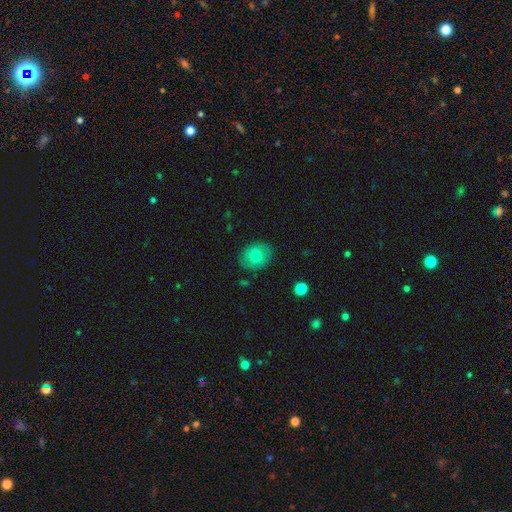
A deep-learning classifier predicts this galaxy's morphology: smooth-or-featured: smooth: 76% | featured or disk: 16% | star or artifact: 8%
  how-rounded: round: 55% | in between: 44% | cigar-shaped: 1%
  merging: none: 81% | minor disturbance: 14% | major disturbance: 4% | merger: 1%